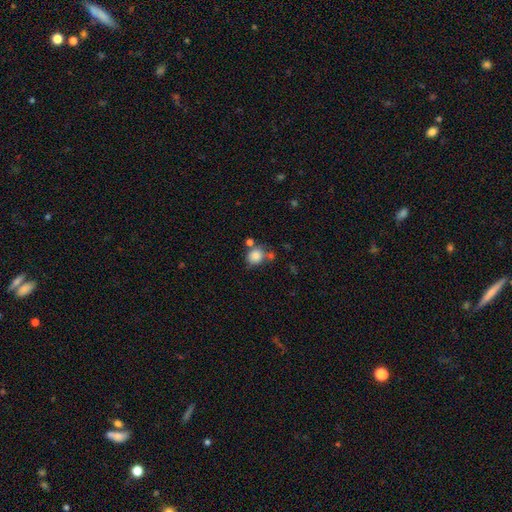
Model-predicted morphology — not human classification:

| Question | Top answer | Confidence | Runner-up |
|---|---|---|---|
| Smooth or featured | smooth | 84% | star or artifact (10%) |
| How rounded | round | 79% | in between (20%) |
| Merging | none | 59% | merger (19%) |